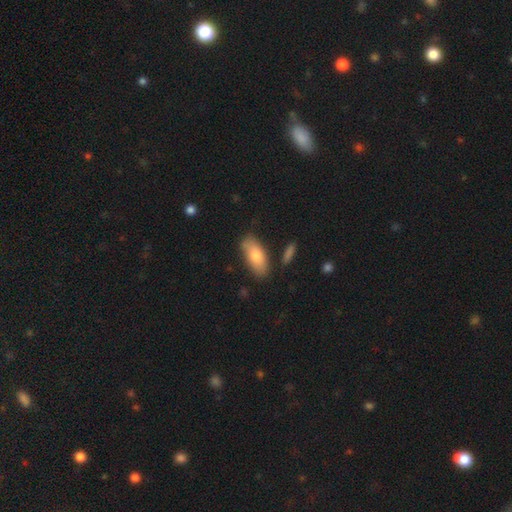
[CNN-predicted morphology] type=smooth (76%); roundness=in between (83%); merging=none (77%).